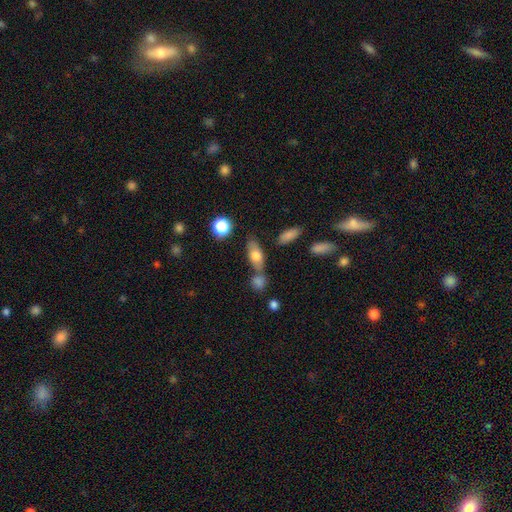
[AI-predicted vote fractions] Smooth or featured: smooth — 69% (featured or disk — 22%)
How rounded: in between — 78% (cigar-shaped — 15%)
Merging: none — 57% (merger — 22%)